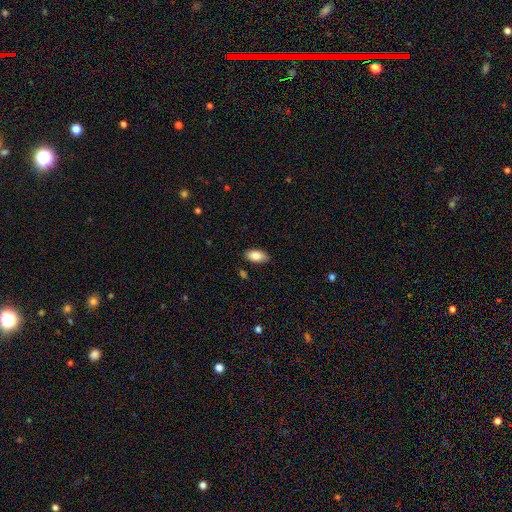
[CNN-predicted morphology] type=smooth (85%); roundness=in between (93%); merging=none (85%).